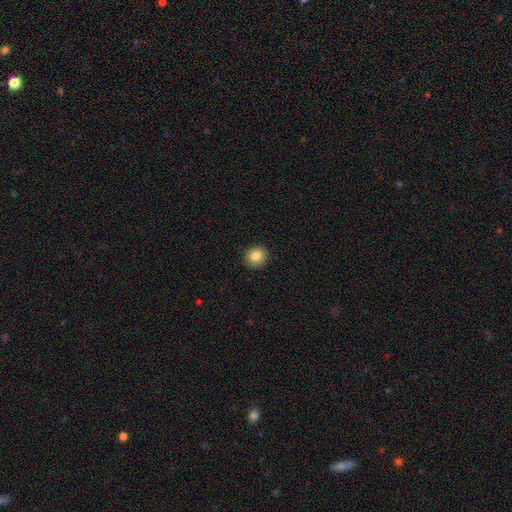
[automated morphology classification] type=smooth (84%); roundness=round (88%); merging=none (92%).